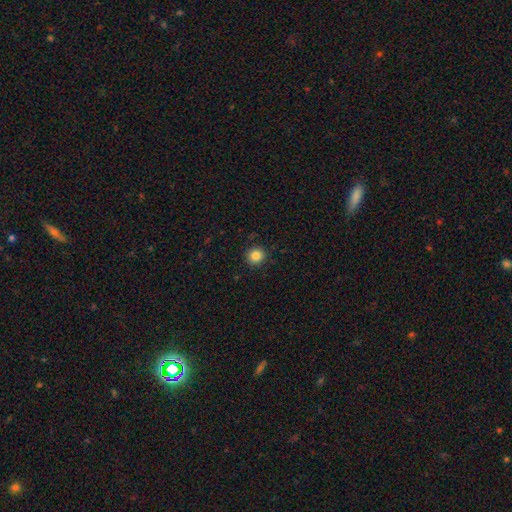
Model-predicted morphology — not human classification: Smooth or featured: smooth — 85% (star or artifact — 11%)
How rounded: round — 93% (in between — 6%)
Merging: none — 91% (minor disturbance — 6%)